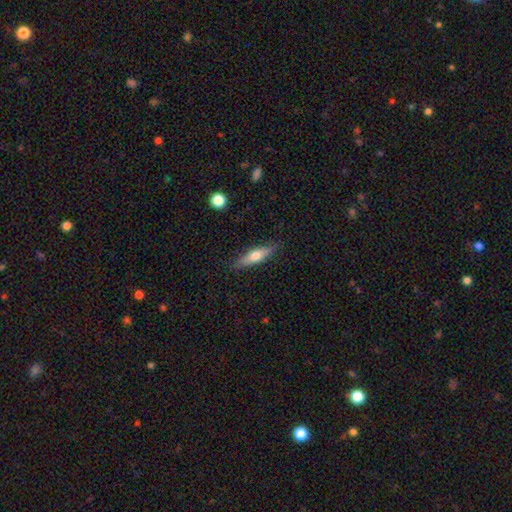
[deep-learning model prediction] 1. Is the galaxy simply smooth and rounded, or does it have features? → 56% smooth, 38% featured or disk, 6% star or artifact.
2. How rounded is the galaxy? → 69% cigar-shaped, 29% in between, 2% round.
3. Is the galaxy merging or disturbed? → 85% none, 11% minor disturbance, 2% major disturbance, 1% merger.